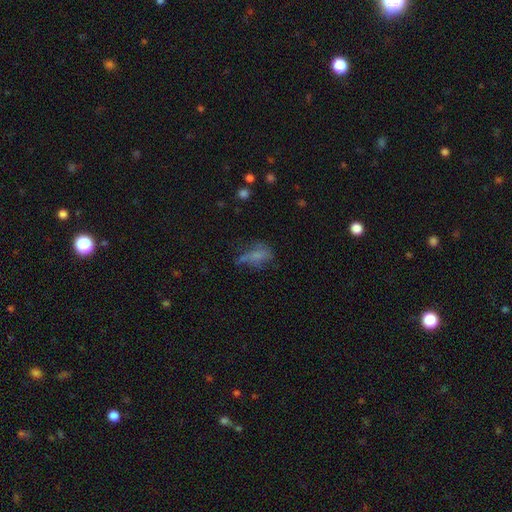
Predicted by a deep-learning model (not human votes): A smooth galaxy with no disk features (55%) that is in between round and cigar-shaped (75%). Merging: none (37%).